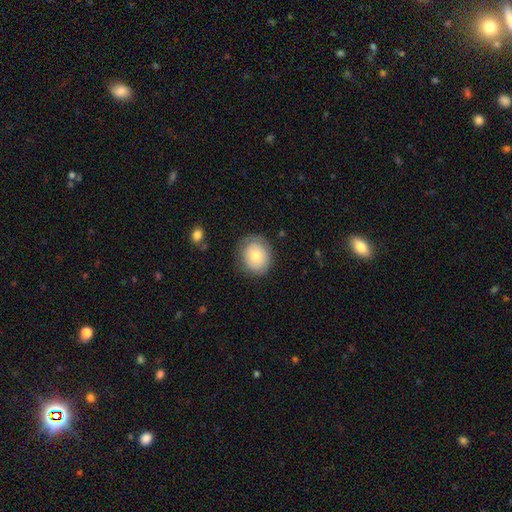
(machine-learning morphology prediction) smooth 71%, featured or disk 22%, star or artifact 7%. Down the decision tree: how rounded — round (67%); merging — none (77%).